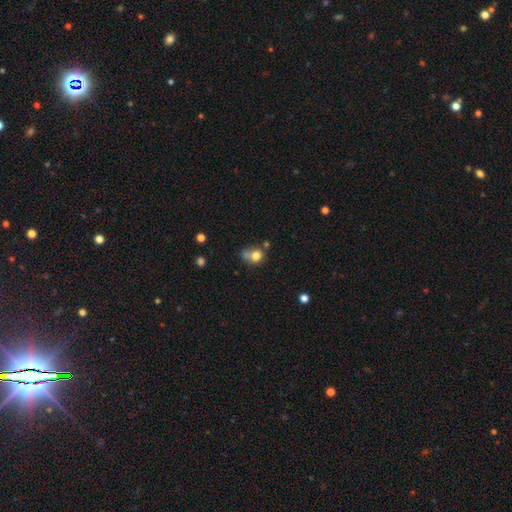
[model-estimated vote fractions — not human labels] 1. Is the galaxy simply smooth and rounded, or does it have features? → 75% smooth, 13% featured or disk, 12% star or artifact.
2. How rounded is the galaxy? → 69% round, 30% in between, 1% cigar-shaped.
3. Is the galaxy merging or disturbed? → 39% none, 29% merger, 20% minor disturbance, 12% major disturbance.